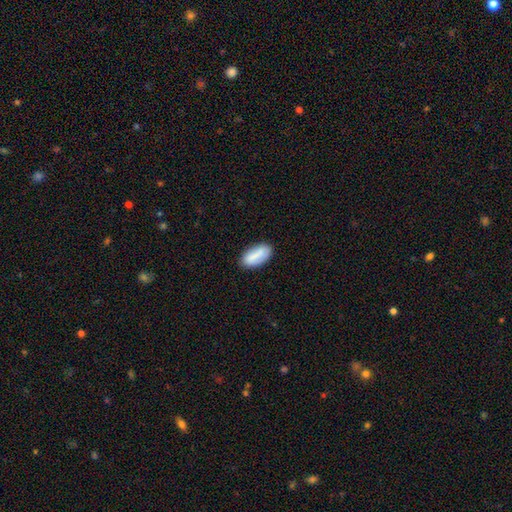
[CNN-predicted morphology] Smooth or featured? smooth (83%)
How rounded? in between (87%)
Merging? none (83%)